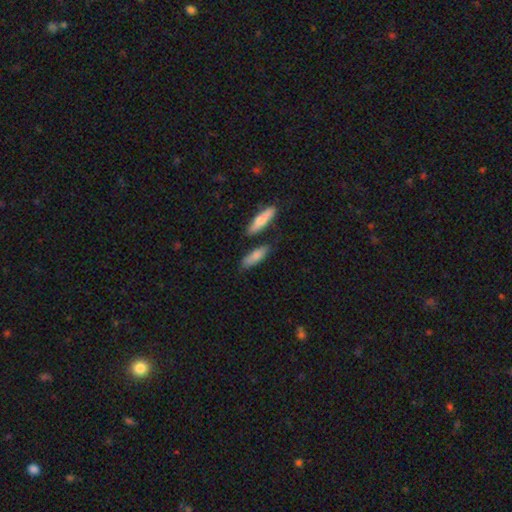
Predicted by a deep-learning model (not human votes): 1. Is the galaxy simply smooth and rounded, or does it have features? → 77% smooth, 16% featured or disk, 6% star or artifact.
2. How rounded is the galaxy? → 51% cigar-shaped, 46% in between, 3% round.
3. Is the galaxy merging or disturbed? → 74% none, 14% minor disturbance, 9% merger, 3% major disturbance.